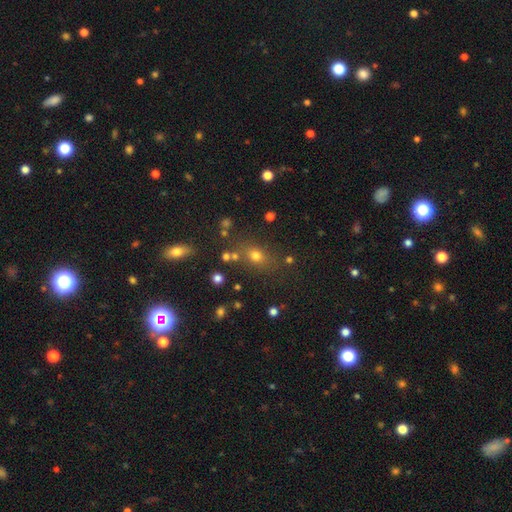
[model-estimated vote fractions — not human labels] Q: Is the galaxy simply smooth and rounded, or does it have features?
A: smooth — 65%.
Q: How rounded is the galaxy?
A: in between — 51%.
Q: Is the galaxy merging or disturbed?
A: none — 73%.